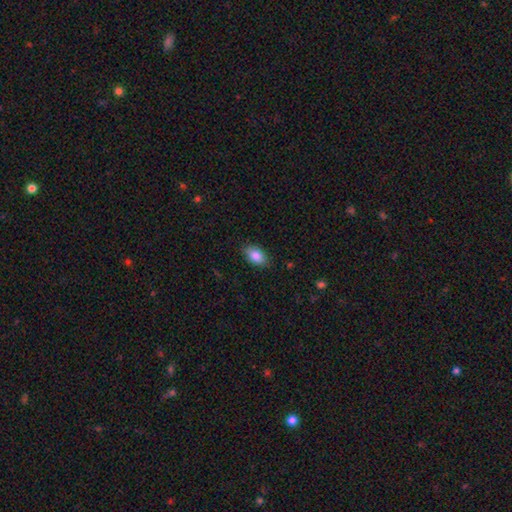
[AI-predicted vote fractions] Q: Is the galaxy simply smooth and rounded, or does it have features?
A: smooth — 85%.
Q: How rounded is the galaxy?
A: in between — 91%.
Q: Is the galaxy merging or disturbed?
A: none — 85%.